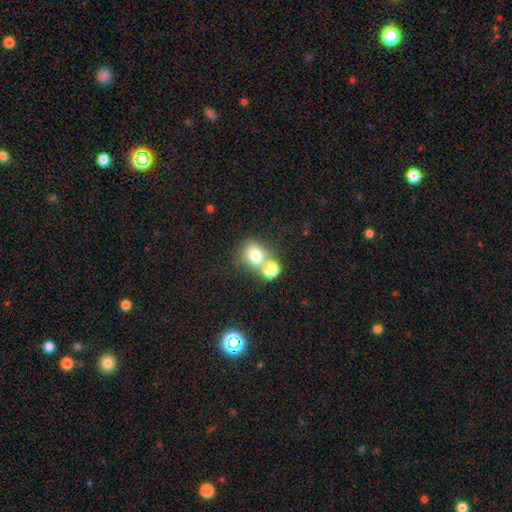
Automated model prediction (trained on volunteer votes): smooth_or_featured: smooth (p=0.74) [alt: star or artifact p=0.14]
how_rounded: round (p=0.68) [alt: in between p=0.31]
merging: none (p=0.45) [alt: merger p=0.38]